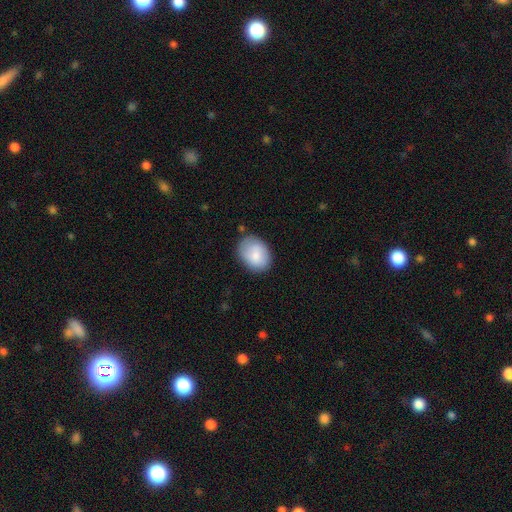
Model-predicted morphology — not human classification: smooth_or_featured: smooth (p=0.80) [alt: featured or disk p=0.14]
how_rounded: in between (p=0.68) [alt: round p=0.31]
merging: none (p=0.75) [alt: minor disturbance p=0.19]